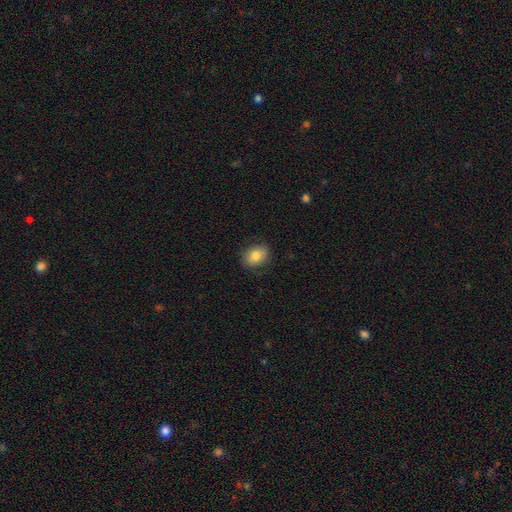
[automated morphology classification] Smooth or featured? Predicted: smooth (p=0.82). How rounded? Predicted: in between (p=0.61). Merging? Predicted: none (p=0.85).